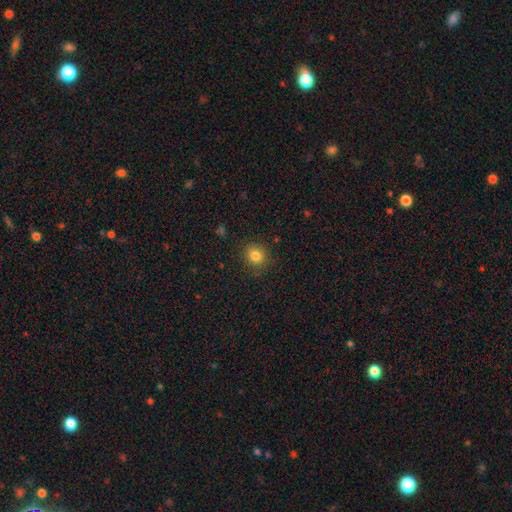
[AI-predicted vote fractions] Overall: smooth (82%). How rounded: round (73%). Merging: none (87%).